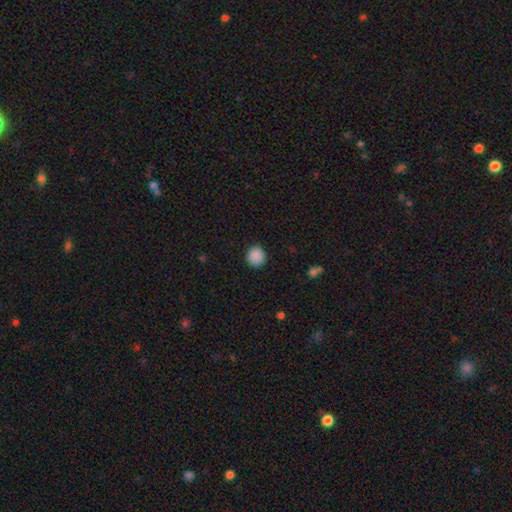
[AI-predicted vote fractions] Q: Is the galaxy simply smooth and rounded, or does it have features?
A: smooth — 89%.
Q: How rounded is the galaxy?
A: round — 91%.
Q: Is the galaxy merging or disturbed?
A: none — 89%.